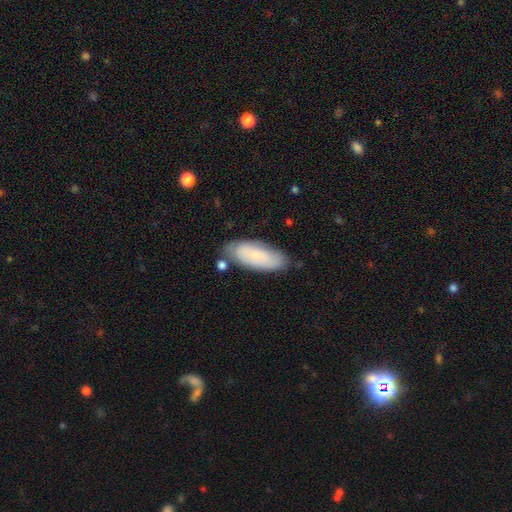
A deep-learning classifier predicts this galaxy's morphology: The model was most divided on "smooth or featured": smooth: 66%, featured or disk: 27%, star or artifact: 7%. More confident: how rounded — in between (76%); merging — none (73%).